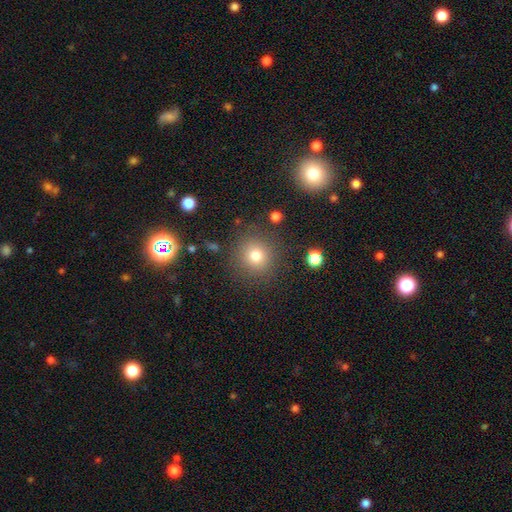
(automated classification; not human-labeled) A smooth galaxy with no disk features (77%) that is round (92%).

Vote fractions:
- Smooth or featured? smooth: 77% / star or artifact: 15% / featured or disk: 8%
- How rounded? round: 92% / in between: 7% / cigar-shaped: 1%
- Merging? none: 86% / minor disturbance: 8% / major disturbance: 4% / merger: 2%